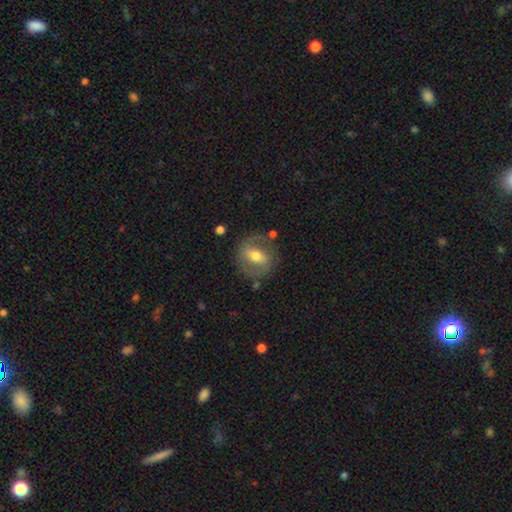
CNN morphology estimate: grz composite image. It shows a featured or disk galaxy (59%) with a strong bar (40%), spiral arms (61%) and a moderate central bulge (69%). Merging: none (74%).